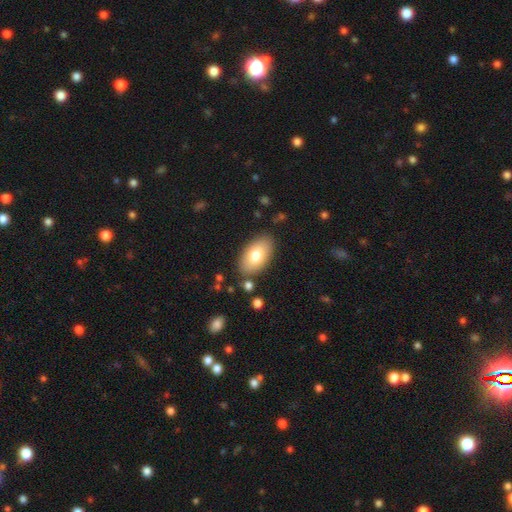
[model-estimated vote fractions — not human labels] Smooth or featured? Predicted: smooth (p=0.75). How rounded? Predicted: in between (p=0.93). Merging? Predicted: none (p=0.83).